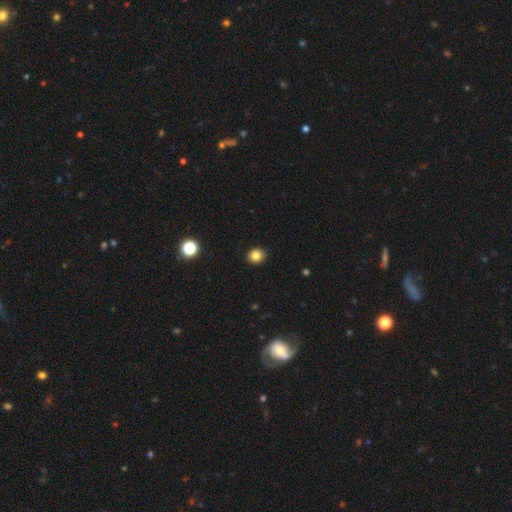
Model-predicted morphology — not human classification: type=smooth (83%); roundness=round (80%); merging=none (91%).